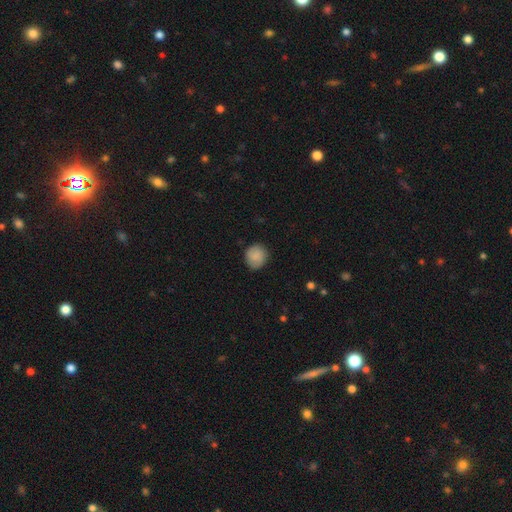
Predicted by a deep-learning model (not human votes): This is clearly a smooth galaxy (86%). How rounded: clearly round (87%). Merging: clearly none (84%).